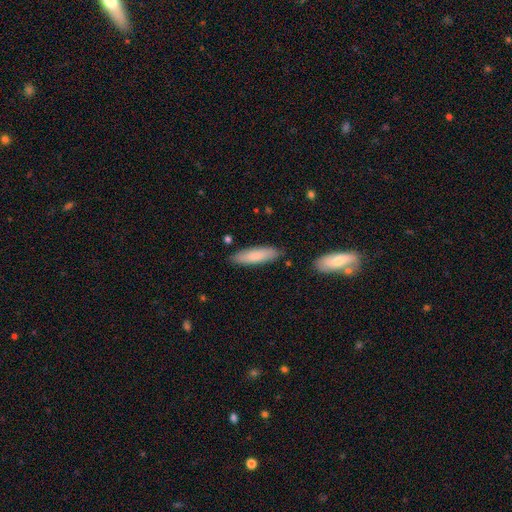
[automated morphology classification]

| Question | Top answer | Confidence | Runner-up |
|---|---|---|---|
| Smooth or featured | smooth | 79% | featured or disk (15%) |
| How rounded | cigar-shaped | 61% | in between (38%) |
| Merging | none | 84% | minor disturbance (11%) |